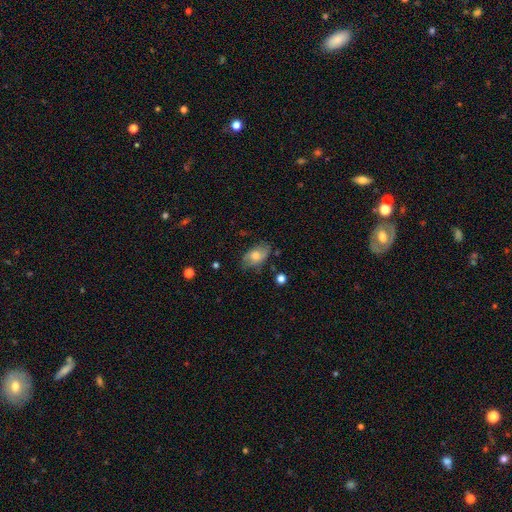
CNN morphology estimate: Q: Smooth or featured?
A: smooth (55%); runner-up: featured or disk (36%)
Q: How rounded?
A: in between (87%); runner-up: round (10%)
Q: Merging?
A: none (71%); runner-up: minor disturbance (21%)